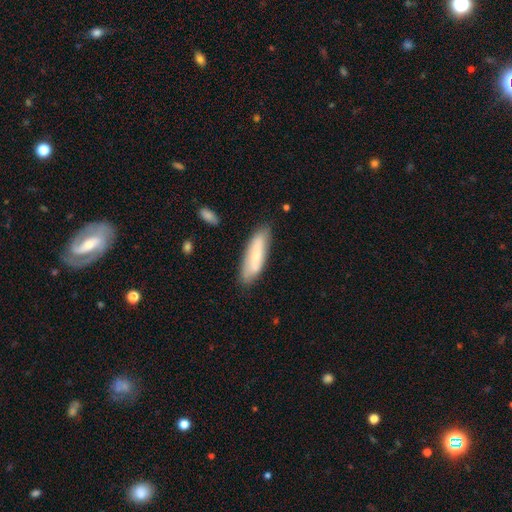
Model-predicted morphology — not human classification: A smooth galaxy with no disk features (65%) that is cigar-shaped (56%). Merging: none (77%).